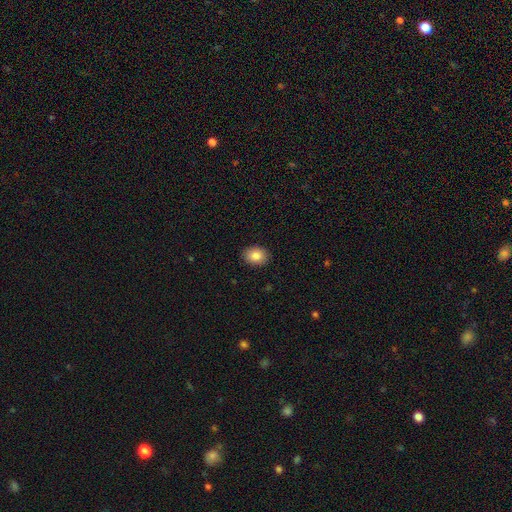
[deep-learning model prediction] The model was most divided on "how rounded": in between: 64%, round: 35%, cigar-shaped: 1%. More confident: merging — none (90%); smooth or featured — smooth (85%).